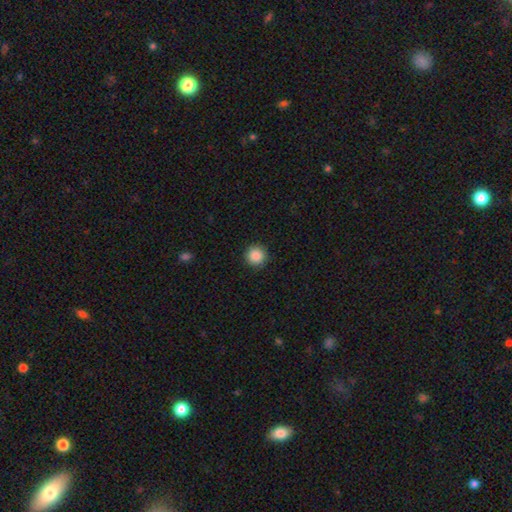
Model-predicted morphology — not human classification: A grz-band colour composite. It shows a smooth galaxy with no disk features (88%) that is round (95%). Merging: none (91%).